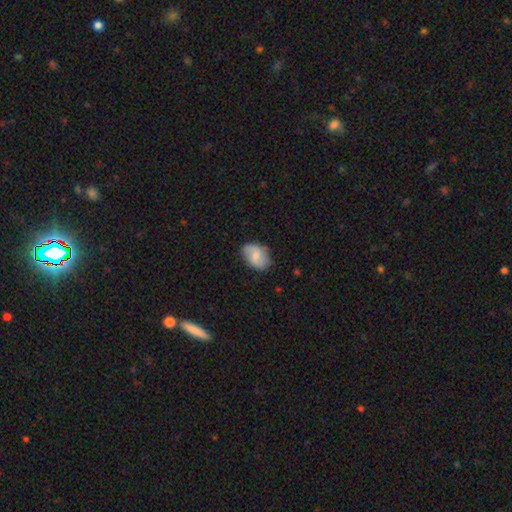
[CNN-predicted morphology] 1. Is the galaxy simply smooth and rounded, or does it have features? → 59% smooth, 34% featured or disk, 7% star or artifact.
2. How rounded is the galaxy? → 80% in between, 19% round, 1% cigar-shaped.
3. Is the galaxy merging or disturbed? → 72% none, 22% minor disturbance, 5% major disturbance, 1% merger.